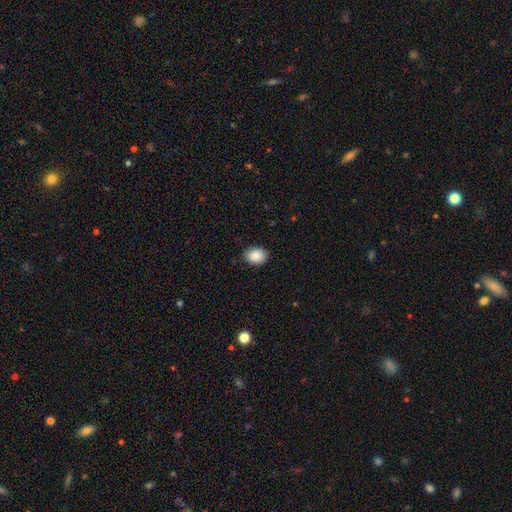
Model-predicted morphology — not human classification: This appears to be a smooth galaxy with no disk features (88%) that is in between round and cigar-shaped (56%). Merging: none (87%).